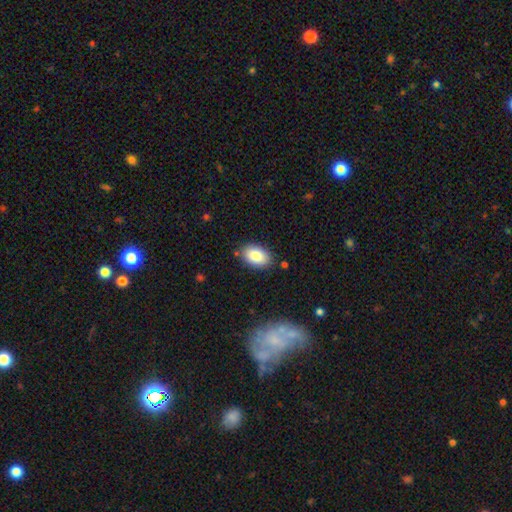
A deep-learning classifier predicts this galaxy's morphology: Smooth or featured? Predicted: smooth (p=0.85). How rounded? Predicted: in between (p=0.89). Merging? Predicted: none (p=0.84).